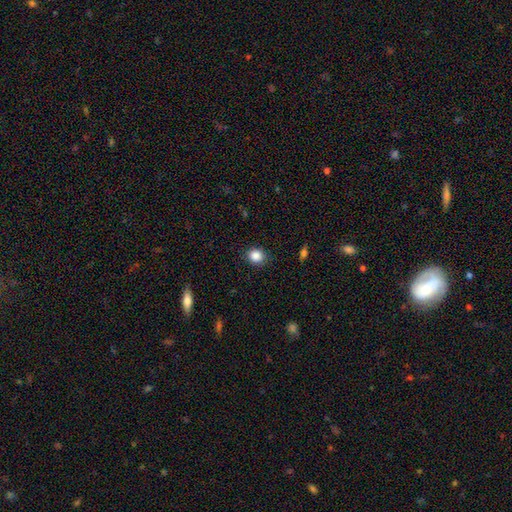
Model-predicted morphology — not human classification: type=smooth (86%); roundness=round (78%); merging=none (89%).